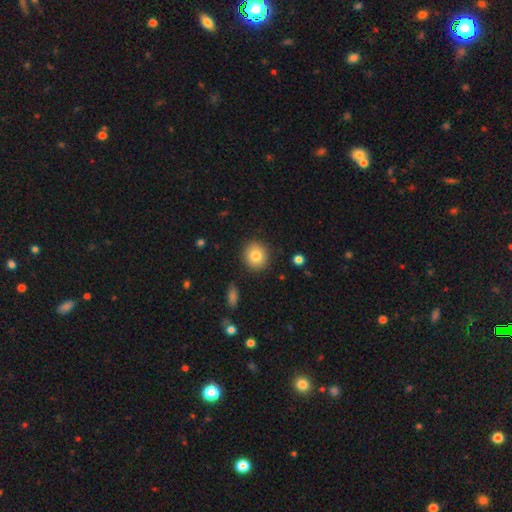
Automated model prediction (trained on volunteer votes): Smooth or featured? Predicted: smooth (p=0.81). How rounded? Predicted: round (p=0.85). Merging? Predicted: none (p=0.90).